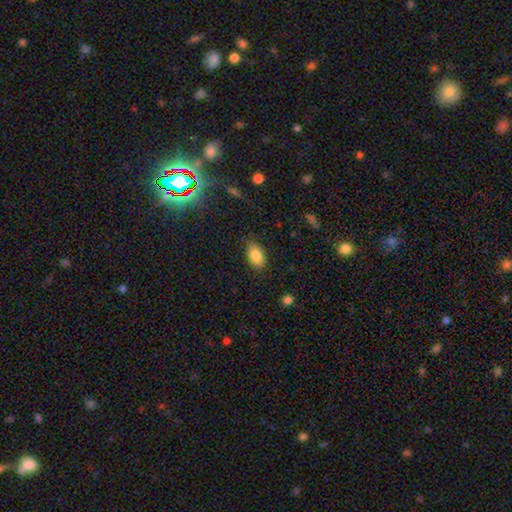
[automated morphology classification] This appears to be a smooth galaxy with no disk features (85%) that is in between round and cigar-shaped (90%). Merging: none (82%).